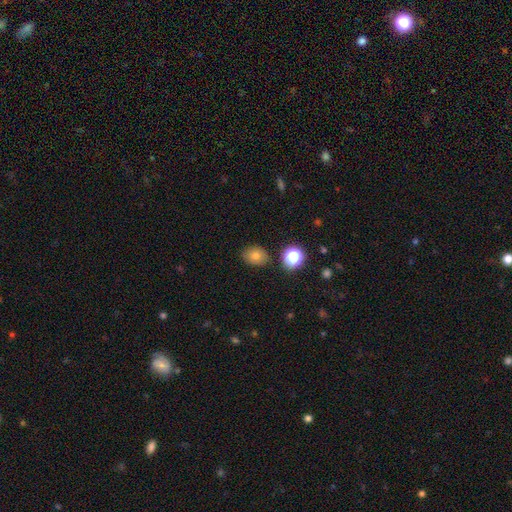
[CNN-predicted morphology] Overall: smooth (77%). How rounded: in between (53%; round 46%). Merging: none (82%).